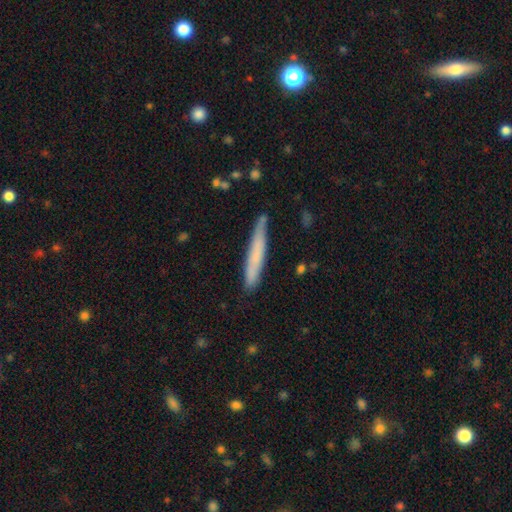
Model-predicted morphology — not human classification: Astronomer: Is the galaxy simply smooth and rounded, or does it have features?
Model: smooth — 67%.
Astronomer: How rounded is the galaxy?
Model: cigar-shaped — 95%.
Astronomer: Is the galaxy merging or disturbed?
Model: none — 80%.